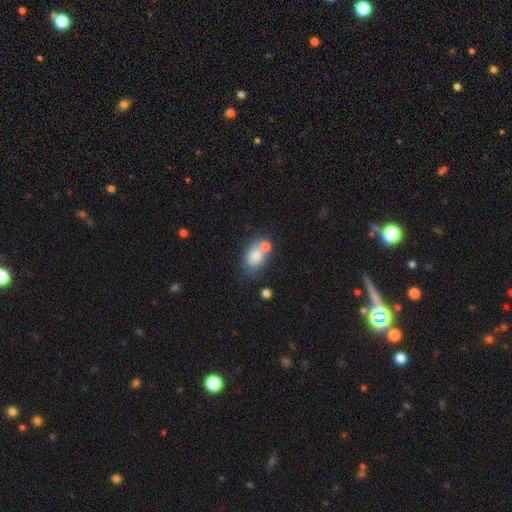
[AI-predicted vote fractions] This appears to be a smooth galaxy with no disk features (79%) that is in between round and cigar-shaped (73%). Merging: none (42%).